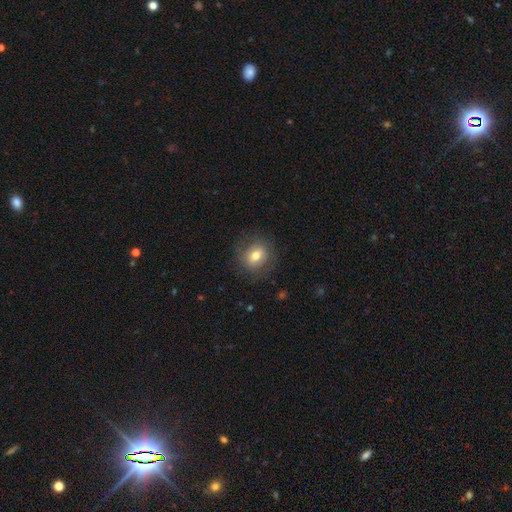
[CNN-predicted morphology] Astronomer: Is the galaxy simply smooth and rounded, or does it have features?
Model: smooth — 70%.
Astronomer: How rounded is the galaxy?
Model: round — 74%.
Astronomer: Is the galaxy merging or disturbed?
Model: none — 81%.